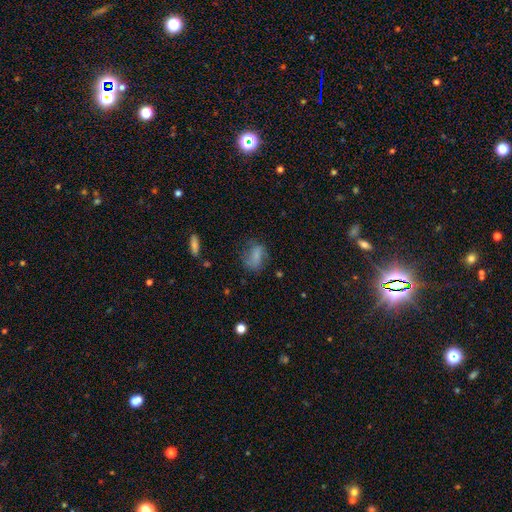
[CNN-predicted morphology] type=smooth (61%); roundness=in between (77%); merging=none (56%).